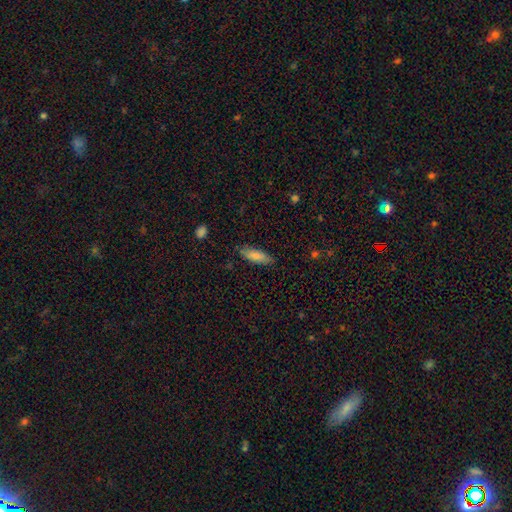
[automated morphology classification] Smooth or featured? Predicted: smooth (p=0.76). How rounded? Predicted: in between (p=0.61). Merging? Predicted: none (p=0.83).